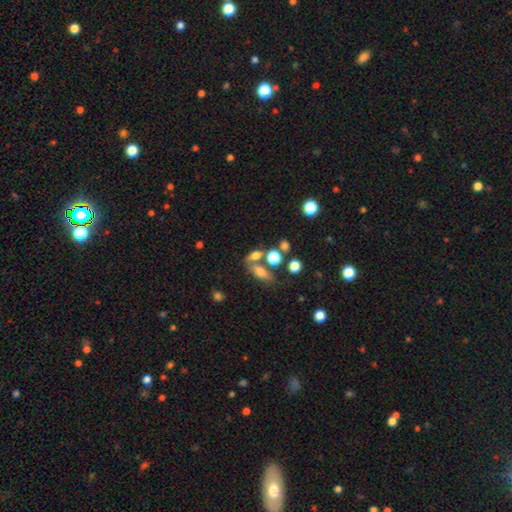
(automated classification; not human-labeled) Smooth or featured? smooth (70%)
How rounded? in between (67%)
Merging? none (42%)